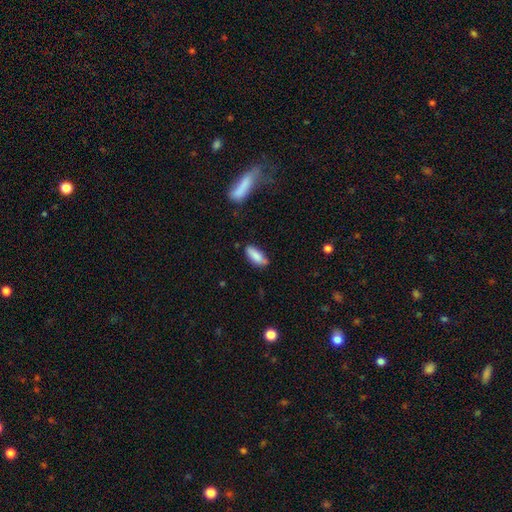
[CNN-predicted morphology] Smooth or featured?
  - smooth: 83% *
  - featured or disk: 10%
  - star or artifact: 7%
How rounded?
  - in between: 72% *
  - cigar-shaped: 26%
  - round: 2%
Merging?
  - none: 71% *
  - minor disturbance: 21%
  - major disturbance: 4%
  - merger: 4%